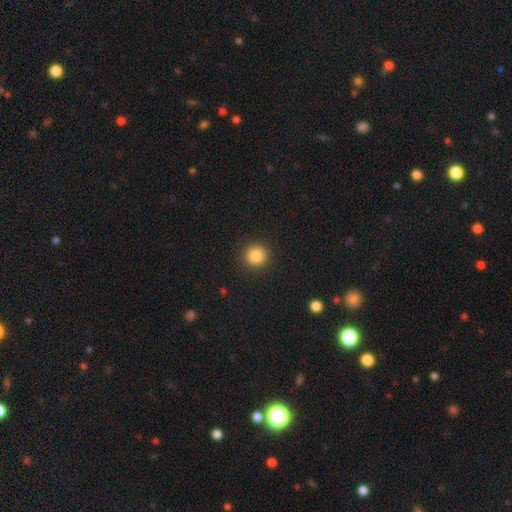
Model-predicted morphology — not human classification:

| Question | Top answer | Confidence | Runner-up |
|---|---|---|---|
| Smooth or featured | smooth | 86% | star or artifact (10%) |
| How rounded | round | 93% | in between (6%) |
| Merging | none | 92% | minor disturbance (5%) |